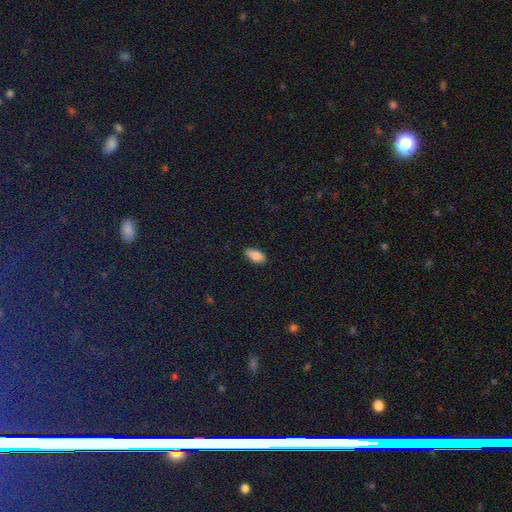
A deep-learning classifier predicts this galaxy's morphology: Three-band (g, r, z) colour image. It shows a smooth galaxy with no disk features (86%) that is in between round and cigar-shaped (93%). Merging: none (86%).